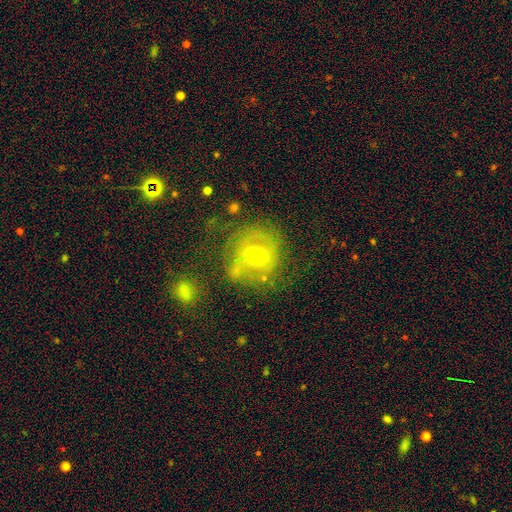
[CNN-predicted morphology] featured or disk 72%, smooth 19%, star or artifact 9%. Down the decision tree: edge-on disk — no (94%); bar — strong (44%); spiral arms — yes (66%); bulge size — moderate (51%); merging — none (56%).